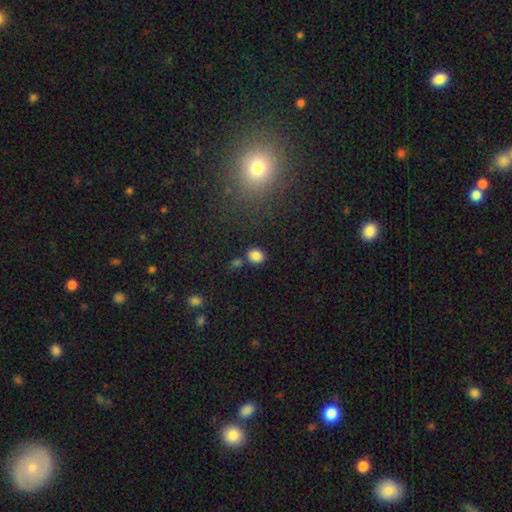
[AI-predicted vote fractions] Smooth or featured? Predicted: smooth (p=0.84). How rounded? Predicted: round (p=0.56). Merging? Predicted: none (p=0.74).